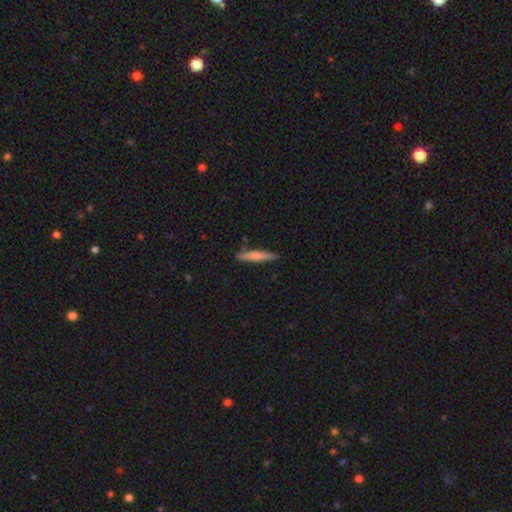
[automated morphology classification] Q: Smooth or featured?
A: smooth (63%); runner-up: featured or disk (31%)
Q: How rounded?
A: cigar-shaped (92%); runner-up: in between (7%)
Q: Merging?
A: none (87%); runner-up: minor disturbance (9%)